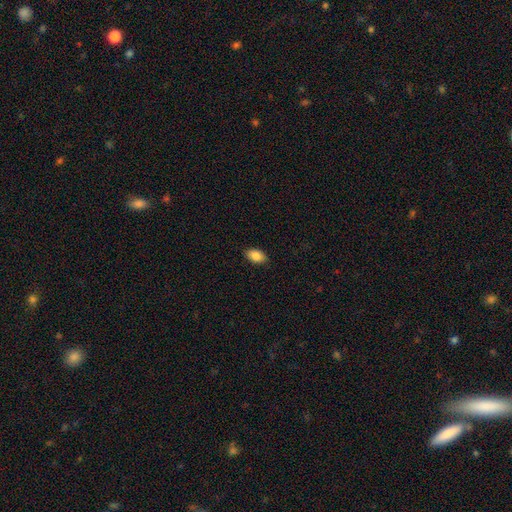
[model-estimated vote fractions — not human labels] smooth-or-featured: smooth: 88% | star or artifact: 8% | featured or disk: 5%
  how-rounded: in between: 91% | round: 7% | cigar-shaped: 2%
  merging: none: 88% | minor disturbance: 9% | major disturbance: 2% | merger: 1%